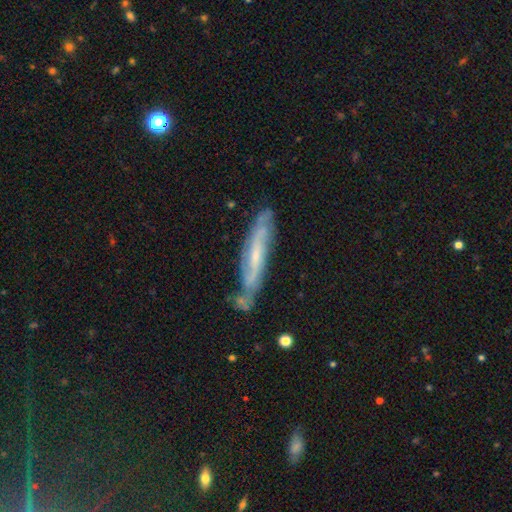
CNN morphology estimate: Smooth or featured? featured or disk (74%)
Edge-on disk? no (58%)
Merging? none (67%)